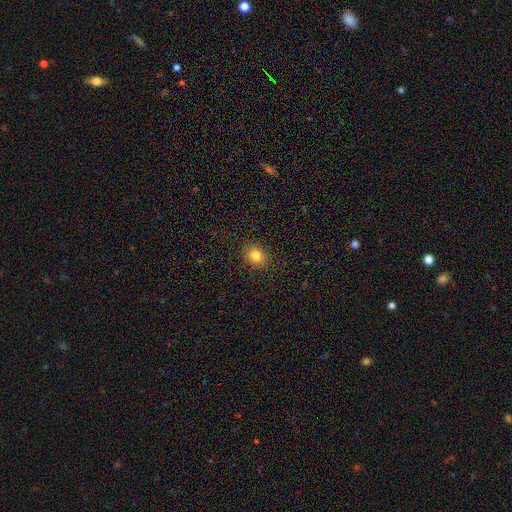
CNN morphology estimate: A smooth galaxy with no disk features (82%) that is round (63%). Merging: none (89%).